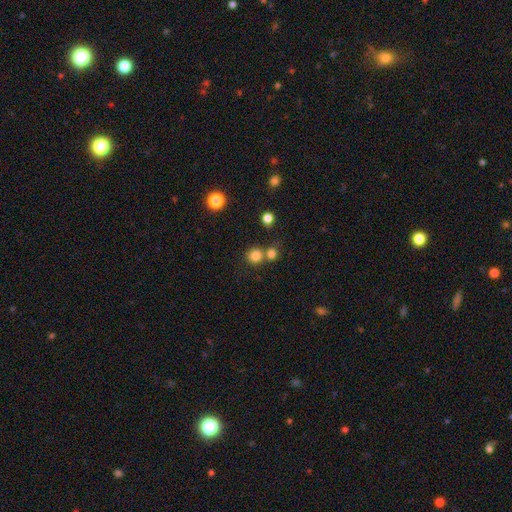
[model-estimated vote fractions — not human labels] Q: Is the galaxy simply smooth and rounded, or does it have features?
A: smooth — 80%.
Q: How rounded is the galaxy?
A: round — 90%.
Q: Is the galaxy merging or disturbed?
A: none — 62%.